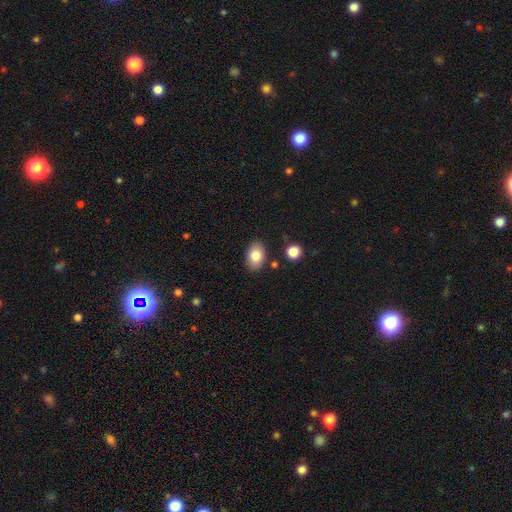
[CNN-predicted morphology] type=smooth (82%); roundness=in between (87%); merging=none (85%).